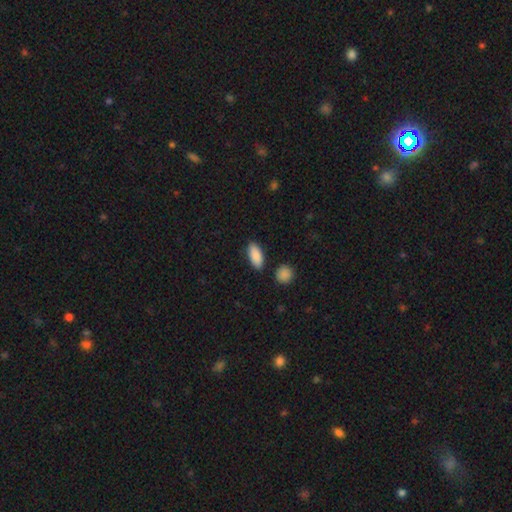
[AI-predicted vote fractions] Smooth or featured? Predicted: smooth (p=0.89). How rounded? Predicted: in between (p=0.85). Merging? Predicted: none (p=0.85).